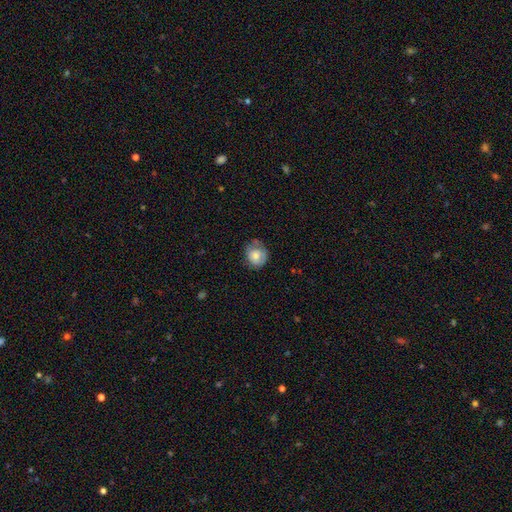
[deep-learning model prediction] A smooth galaxy with no disk features (66%) that is round (72%). Merging: none (56%).